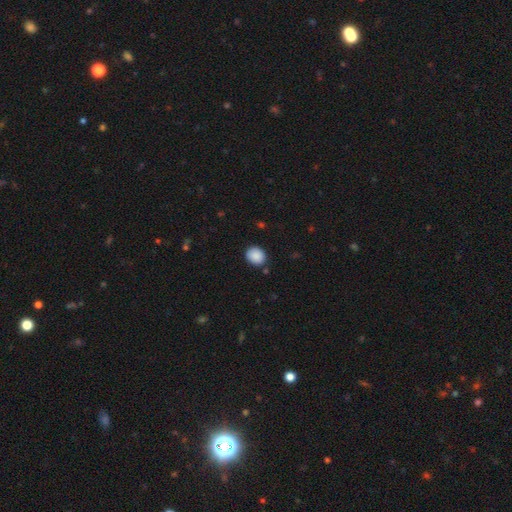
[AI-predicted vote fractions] smooth_or_featured: smooth (p=0.89) [alt: star or artifact p=0.08]
how_rounded: round (p=0.71) [alt: in between p=0.28]
merging: none (p=0.87) [alt: minor disturbance p=0.09]